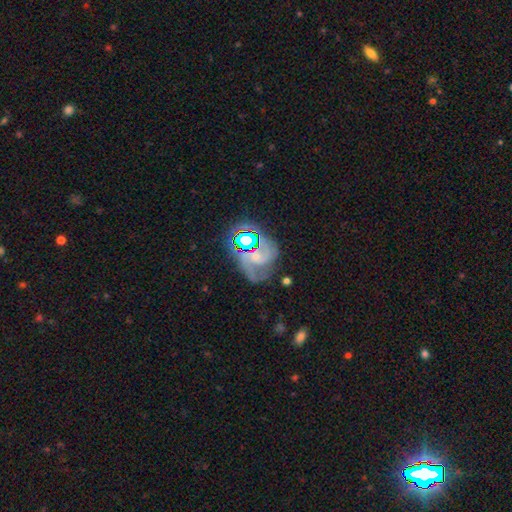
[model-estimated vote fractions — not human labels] Morphology: type=featured or disk (67%); edge-on=no (98%); bar=no (58%); spiral arms=yes (94%); winding=medium (50%); arm count=2 (66%); bulge=small (50%); merging=none (54%).